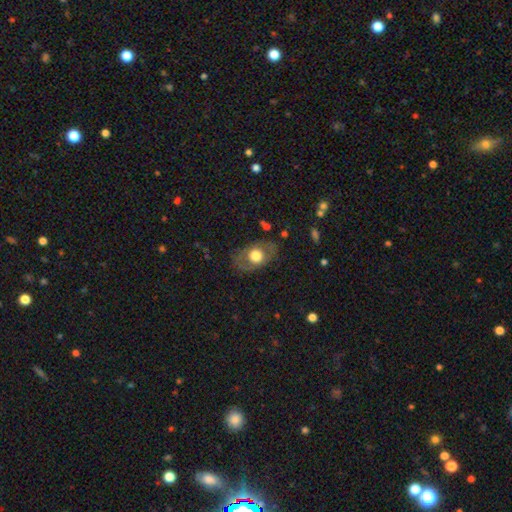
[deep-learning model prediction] smooth-or-featured: smooth: 56% | featured or disk: 36% | star or artifact: 8%
  how-rounded: in between: 72% | round: 27% | cigar-shaped: 2%
  merging: none: 75% | minor disturbance: 16% | major disturbance: 7% | merger: 1%